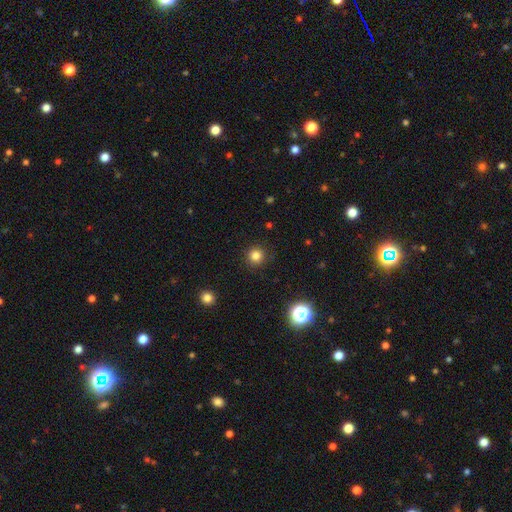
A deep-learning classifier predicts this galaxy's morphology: Q: Smooth or featured?
A: smooth (82%); runner-up: star or artifact (14%)
Q: How rounded?
A: round (95%); runner-up: in between (4%)
Q: Merging?
A: none (91%); runner-up: minor disturbance (6%)